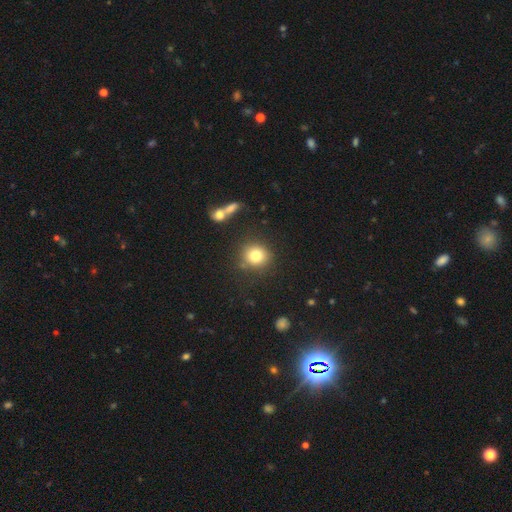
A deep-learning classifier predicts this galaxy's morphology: A smooth galaxy with no disk features (80%) that is round (87%). Merging: none (81%).